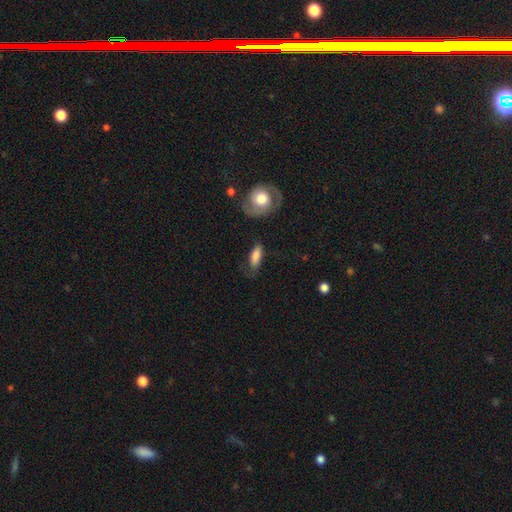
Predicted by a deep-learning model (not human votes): Smooth or featured? Predicted: smooth (p=0.79). How rounded? Predicted: in between (p=0.75). Merging? Predicted: none (p=0.63).